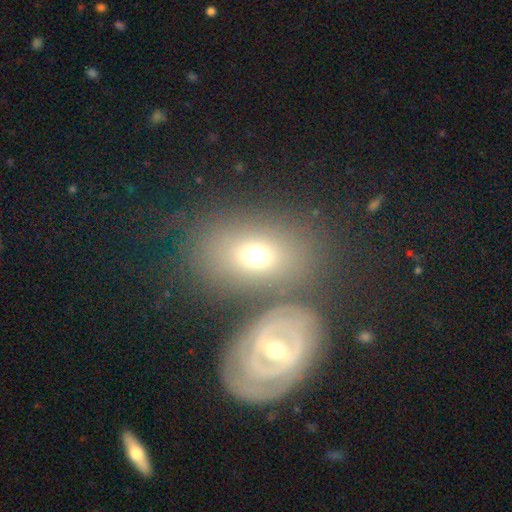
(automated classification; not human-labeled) Q: Smooth or featured?
A: smooth (65%); runner-up: featured or disk (24%)
Q: How rounded?
A: in between (76%); runner-up: round (22%)
Q: Merging?
A: none (55%); runner-up: merger (24%)